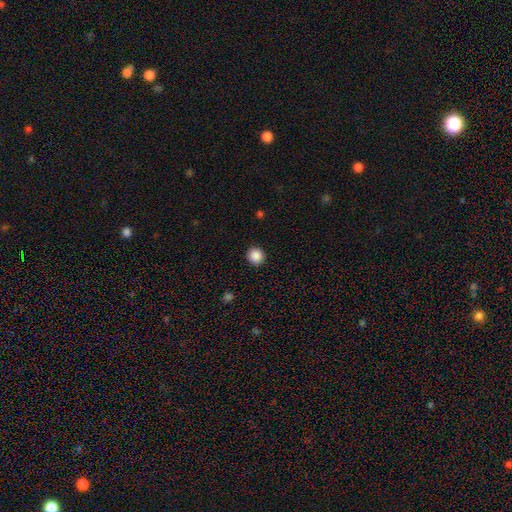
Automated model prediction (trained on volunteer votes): Smooth or featured? smooth (88%)
How rounded? round (93%)
Merging? none (92%)